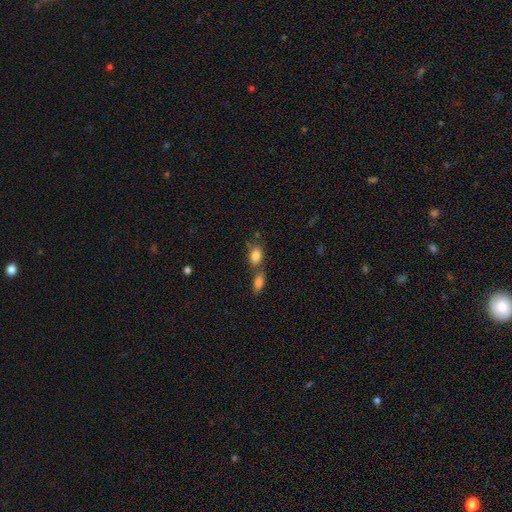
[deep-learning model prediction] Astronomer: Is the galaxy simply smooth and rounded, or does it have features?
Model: smooth — 83%.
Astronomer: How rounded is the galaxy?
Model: in between — 81%.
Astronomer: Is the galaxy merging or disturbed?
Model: none — 45% (runner-up: merger, 39%).